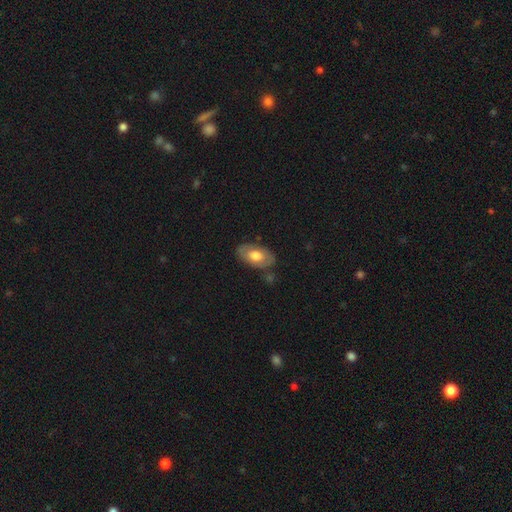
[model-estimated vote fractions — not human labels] A smooth galaxy with no disk features (53%) that is in between round and cigar-shaped (92%).

Vote fractions:
- Smooth or featured? smooth: 53% / featured or disk: 41% / star or artifact: 5%
- How rounded? in between: 92% / round: 6% / cigar-shaped: 2%
- Merging? none: 77% / minor disturbance: 16% / major disturbance: 4% / merger: 3%